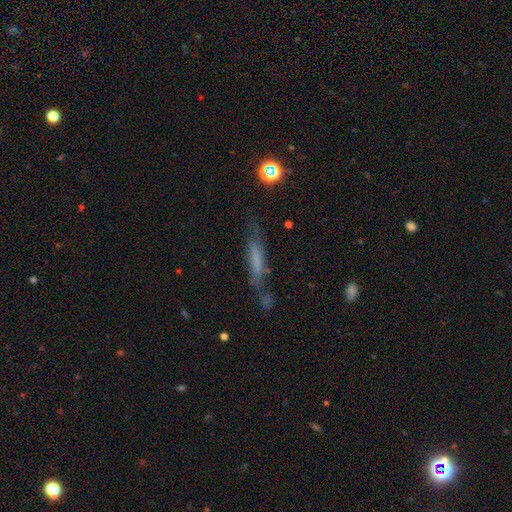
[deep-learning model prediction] This is marginally a smooth galaxy (42%, tied with featured or disk). Merging: possibly none (58%).